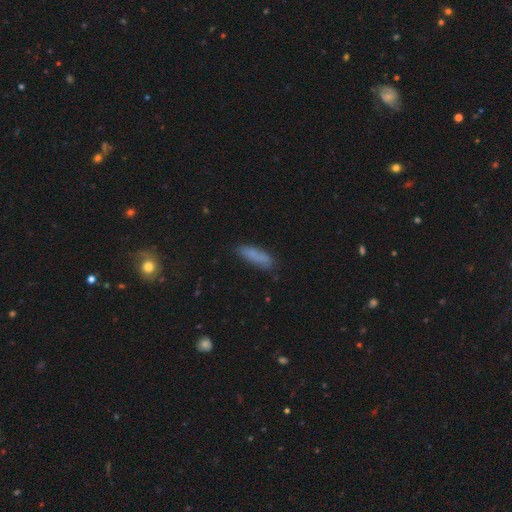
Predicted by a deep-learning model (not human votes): smooth 83%, featured or disk 9%, star or artifact 8%. Down the decision tree: how rounded — cigar-shaped (65%); merging — none (79%).